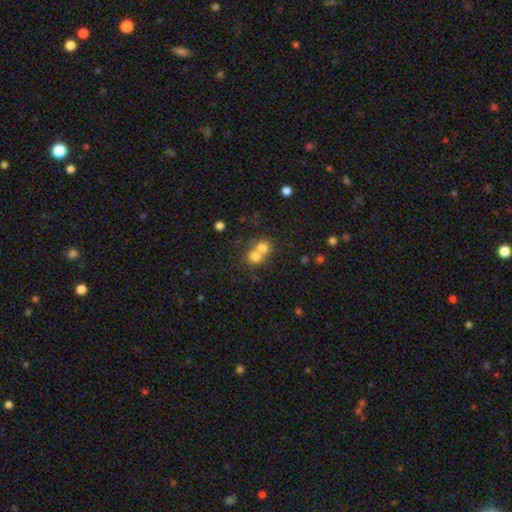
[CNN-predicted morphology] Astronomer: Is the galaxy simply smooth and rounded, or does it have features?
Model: smooth — 72%.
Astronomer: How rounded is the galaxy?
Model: round — 79%.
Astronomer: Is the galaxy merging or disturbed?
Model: merger — 65%.